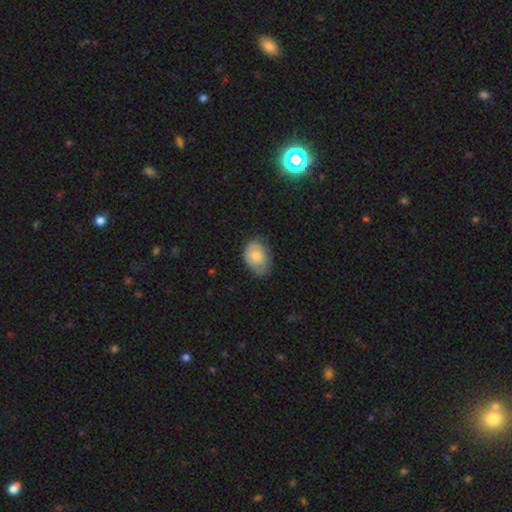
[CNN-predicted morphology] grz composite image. It shows a smooth galaxy with no disk features (71%) that is in between round and cigar-shaped (74%). Merging: none (65%).